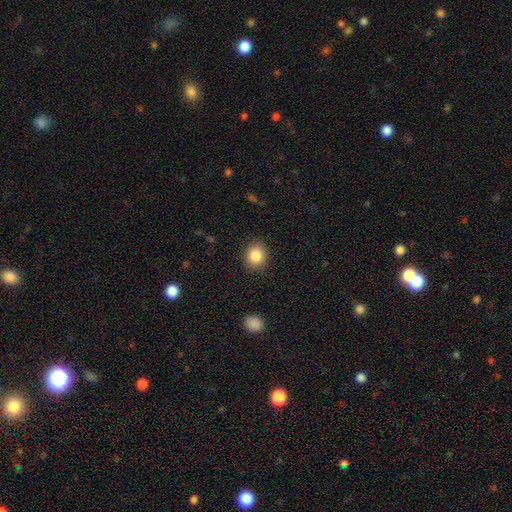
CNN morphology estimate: Q: Smooth or featured?
A: smooth (86%); runner-up: star or artifact (9%)
Q: How rounded?
A: round (75%); runner-up: in between (24%)
Q: Merging?
A: none (88%); runner-up: minor disturbance (8%)